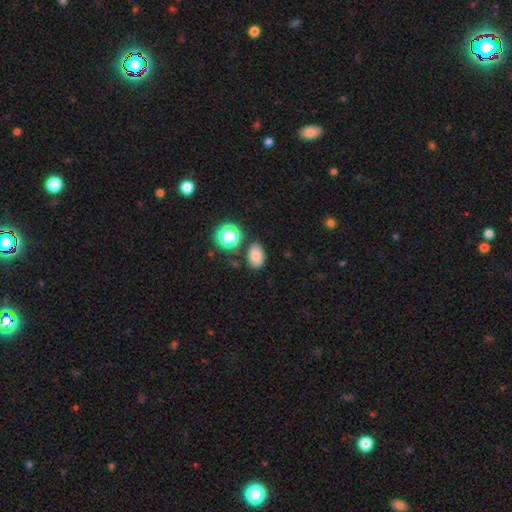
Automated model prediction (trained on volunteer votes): Overall: smooth (79%). How rounded: in between (79%). Merging: none (76%).